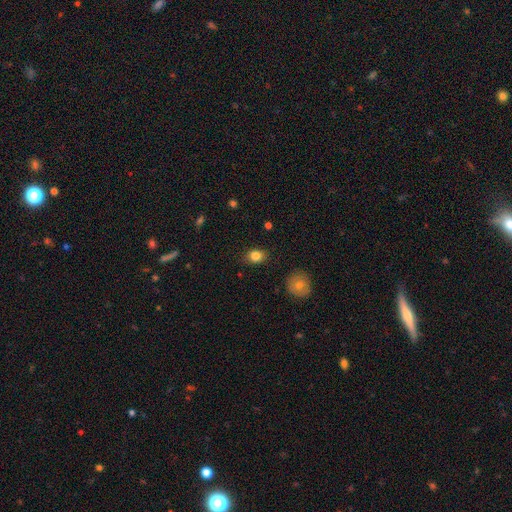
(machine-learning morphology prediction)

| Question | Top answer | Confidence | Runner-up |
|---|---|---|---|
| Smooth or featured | smooth | 84% | star or artifact (10%) |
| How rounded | in between | 63% | round (36%) |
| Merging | none | 84% | minor disturbance (12%) |